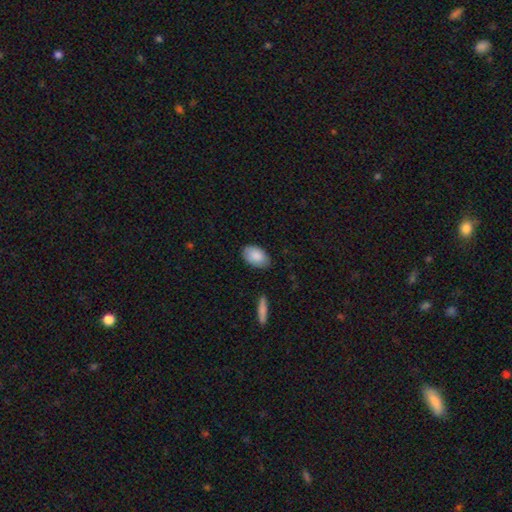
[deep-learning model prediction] Overall: smooth (88%). How rounded: in between (92%). Merging: none (82%).